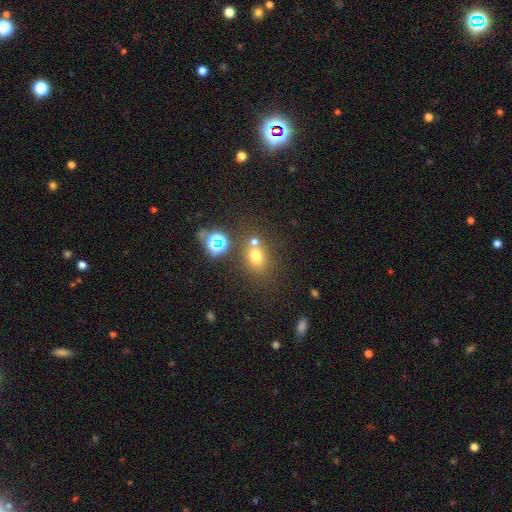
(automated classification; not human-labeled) A smooth galaxy with no disk features (65%) that is round (55%). Merging: none (57%).